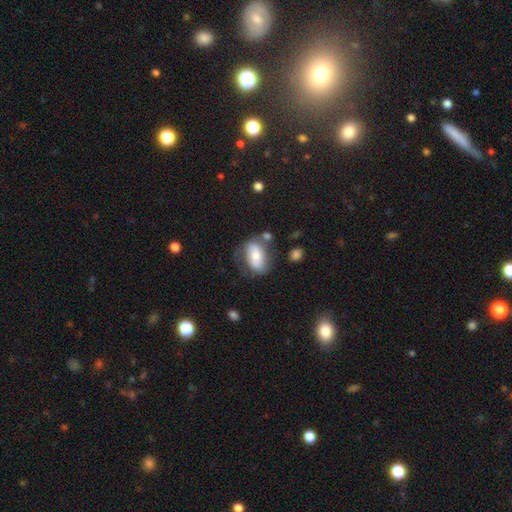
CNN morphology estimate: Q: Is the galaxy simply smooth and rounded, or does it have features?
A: smooth — 59%.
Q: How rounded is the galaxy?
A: in between — 88%.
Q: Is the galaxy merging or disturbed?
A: none — 56%.